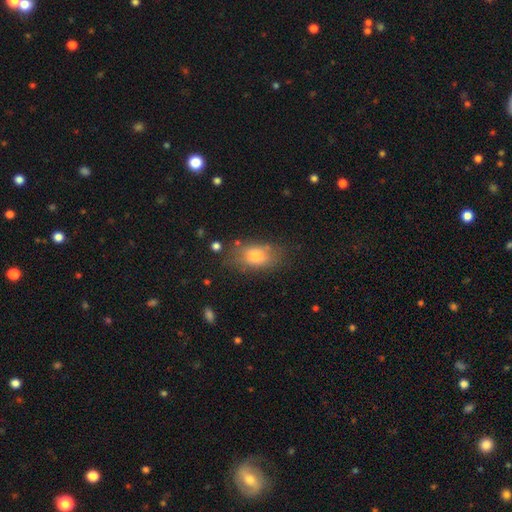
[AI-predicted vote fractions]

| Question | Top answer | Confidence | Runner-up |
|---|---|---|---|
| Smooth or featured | smooth | 76% | featured or disk (15%) |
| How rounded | in between | 85% | round (12%) |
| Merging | none | 70% | minor disturbance (20%) |